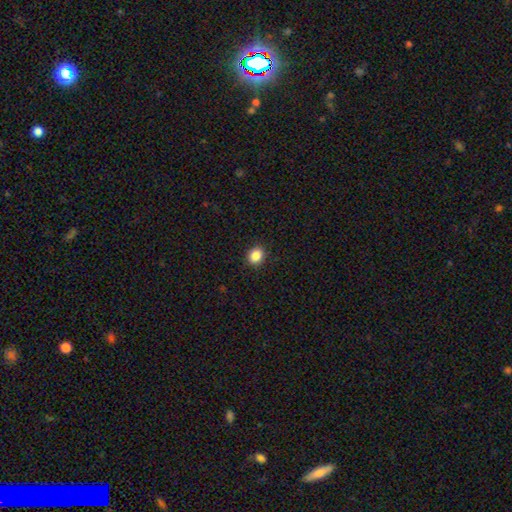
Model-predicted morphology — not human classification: smooth 87%, star or artifact 10%, featured or disk 3%. Down the decision tree: how rounded — round (68%); merging — none (91%).